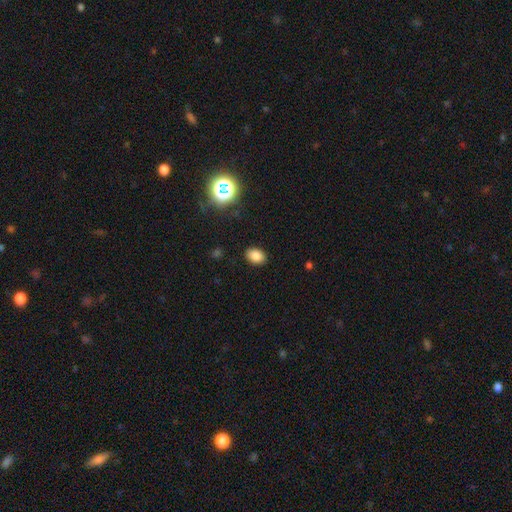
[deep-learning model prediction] Smooth or featured?
  - smooth: 83% *
  - star or artifact: 12%
  - featured or disk: 5%
How rounded?
  - in between: 76% *
  - round: 23%
  - cigar-shaped: 1%
Merging?
  - none: 88% *
  - minor disturbance: 9%
  - major disturbance: 2%
  - merger: 1%